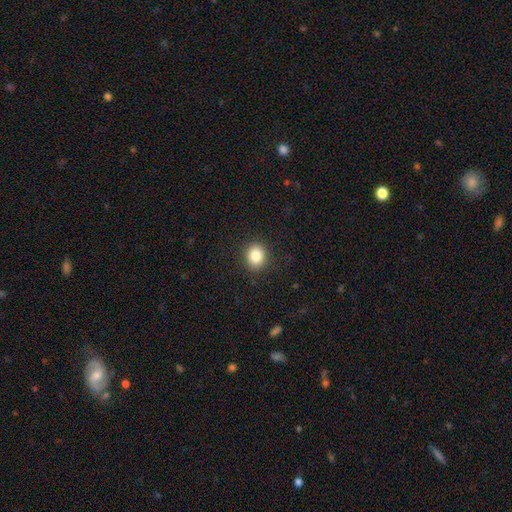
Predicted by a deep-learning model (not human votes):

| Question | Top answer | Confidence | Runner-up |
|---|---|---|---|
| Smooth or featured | smooth | 84% | star or artifact (10%) |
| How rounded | round | 72% | in between (27%) |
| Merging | none | 90% | minor disturbance (7%) |